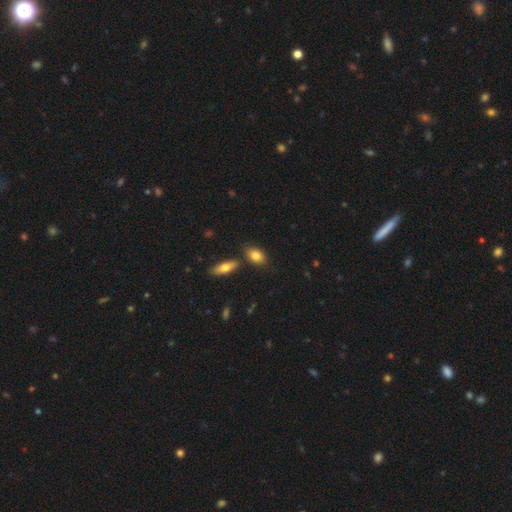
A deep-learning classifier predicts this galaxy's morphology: This appears to be a smooth galaxy with no disk features (83%) that is in between round and cigar-shaped (86%). Merging: none (72%).